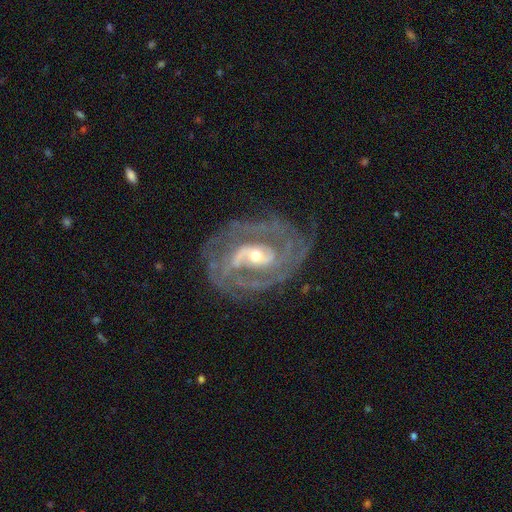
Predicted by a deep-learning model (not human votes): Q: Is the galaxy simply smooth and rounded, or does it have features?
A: featured or disk — 90%.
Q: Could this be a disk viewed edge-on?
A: no — 96%.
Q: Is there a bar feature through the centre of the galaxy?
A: weak — 39%.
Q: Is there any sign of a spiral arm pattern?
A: yes — 96%.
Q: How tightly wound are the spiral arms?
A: tight — 58%.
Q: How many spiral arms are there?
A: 2 — 43%.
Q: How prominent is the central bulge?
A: moderate — 48%.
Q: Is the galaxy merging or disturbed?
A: none — 73%.